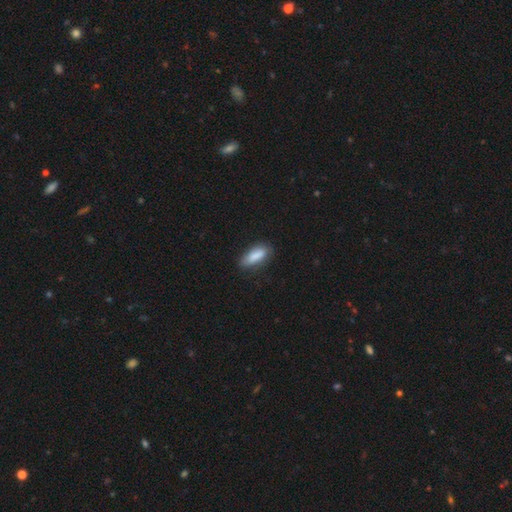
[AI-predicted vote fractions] smooth-or-featured: smooth: 84% | featured or disk: 10% | star or artifact: 7%
  how-rounded: in between: 64% | cigar-shaped: 34% | round: 2%
  merging: none: 76% | minor disturbance: 19% | major disturbance: 4% | merger: 1%